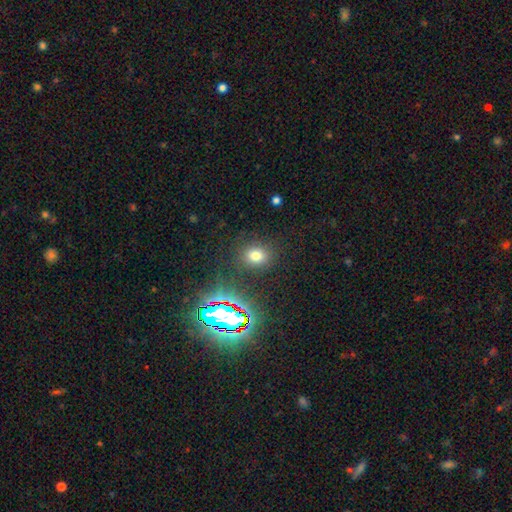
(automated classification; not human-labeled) Overall: smooth (69%). How rounded: round (60%; in between 38%). Merging: none (85%).